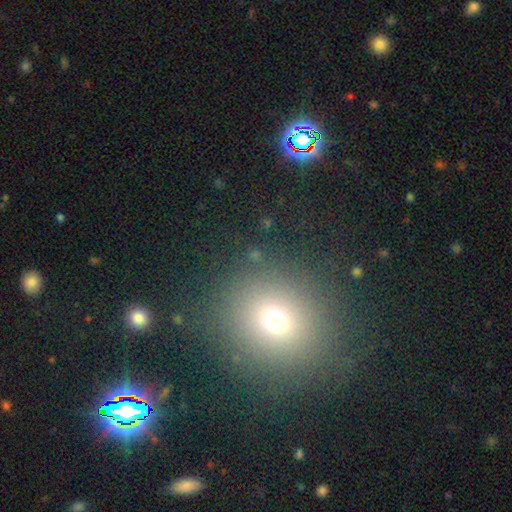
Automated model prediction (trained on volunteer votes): A smooth galaxy with no disk features (59%) that is round (79%). Merging: none (84%).